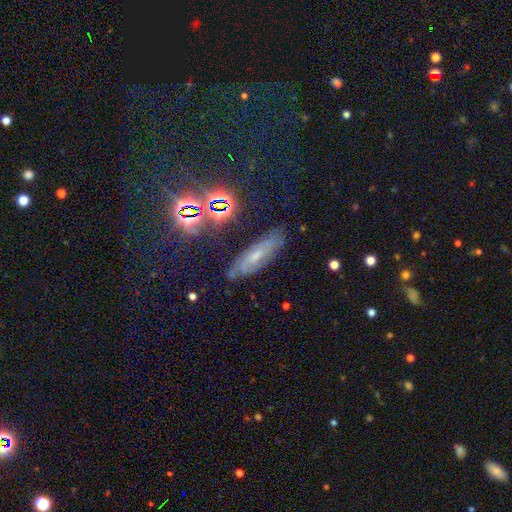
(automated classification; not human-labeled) The model was most divided on "smooth or featured": featured or disk: 57%, smooth: 24%, star or artifact: 19%. More confident: merging — none (74%); edge-on disk — no (72%).